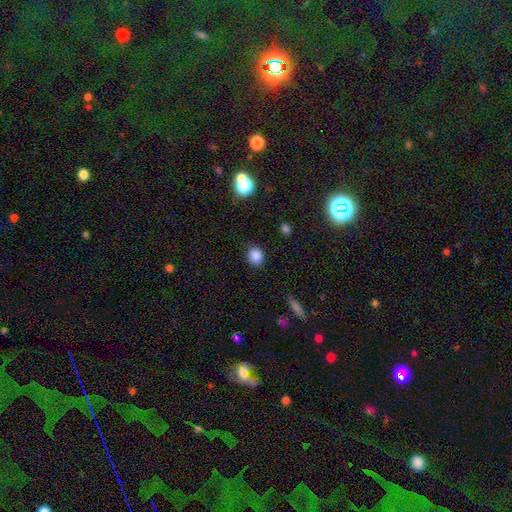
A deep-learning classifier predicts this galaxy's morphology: Overall: smooth (86%). How rounded: round (72%). Merging: none (87%).